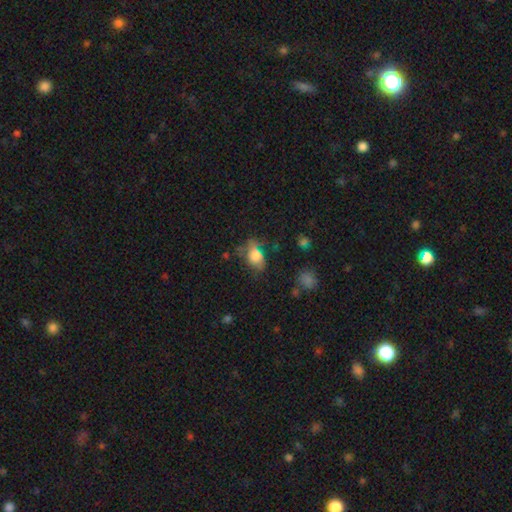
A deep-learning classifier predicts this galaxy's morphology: type=smooth (68%); roundness=in between (75%); merging=none (44%).